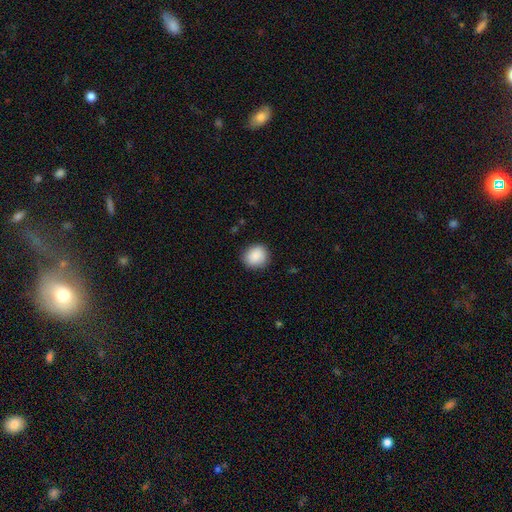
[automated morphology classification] smooth 90%, star or artifact 7%, featured or disk 3%. Down the decision tree: how rounded — round (79%); merging — none (86%).